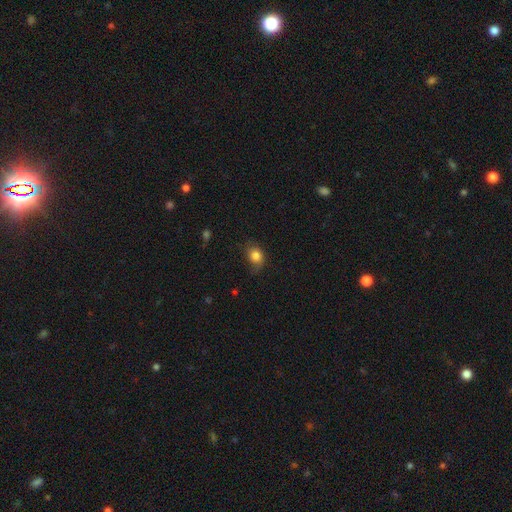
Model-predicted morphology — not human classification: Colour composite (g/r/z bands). It shows a smooth galaxy with no disk features (83%) that is round (54%). Merging: none (66%).